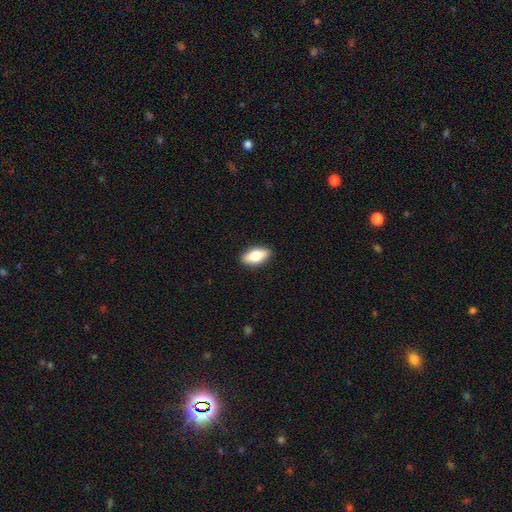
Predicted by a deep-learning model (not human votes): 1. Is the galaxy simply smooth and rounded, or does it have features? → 71% smooth, 22% featured or disk, 7% star or artifact.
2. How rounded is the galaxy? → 85% in between, 11% cigar-shaped, 4% round.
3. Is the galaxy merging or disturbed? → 89% none, 8% minor disturbance, 2% major disturbance, 1% merger.